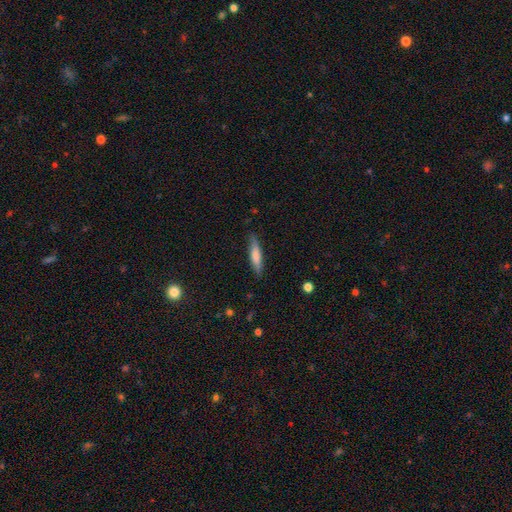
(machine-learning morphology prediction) type=smooth (70%); roundness=cigar-shaped (82%); merging=none (84%).